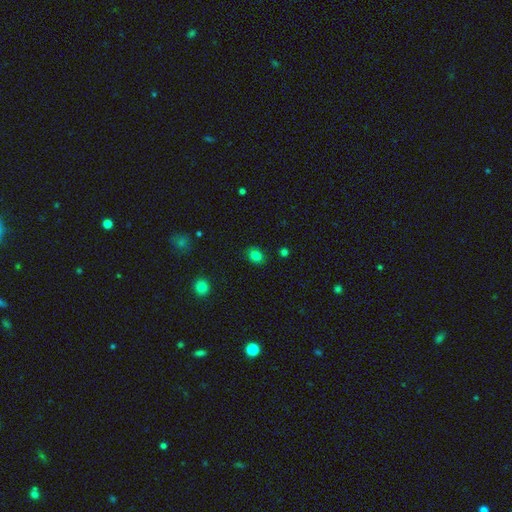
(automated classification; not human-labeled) Morphology: type=smooth (82%); roundness=in between (50%); merging=none (87%).